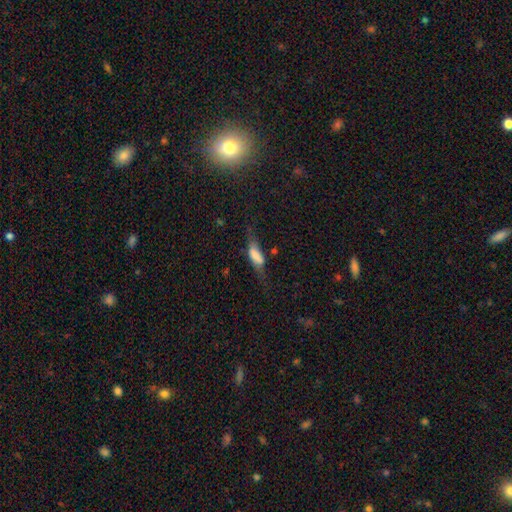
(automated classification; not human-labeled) This appears to be a smooth galaxy with no disk features (62%) that is in between round and cigar-shaped (61%). Merging: none (39%).